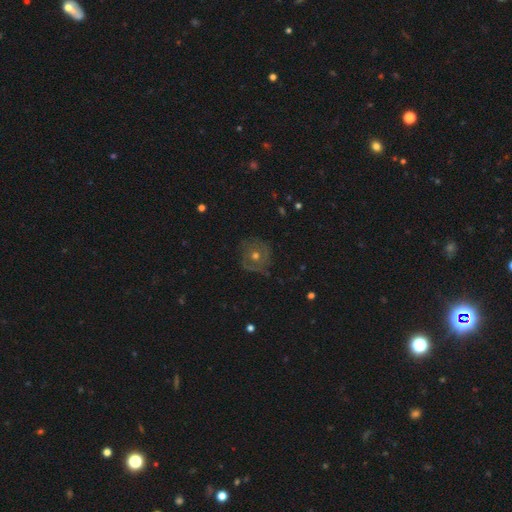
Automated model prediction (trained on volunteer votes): A featured or disk galaxy (55%) with no bar (86%), spiral arms (50%, tied with no) and a moderate central bulge (70%).

Vote fractions:
- Smooth or featured? featured or disk: 55% / smooth: 31% / star or artifact: 14%
- Edge-on disk? no: 96% / yes: 4%
- Bar? no: 86% / weak: 11% / strong: 3%
- Spiral arms? yes: 50% (tied) / no: 50% (tied)
- Bulge size? moderate: 70% / small: 24% / large: 4% / none: 1% / dominant: 1%
- Merging? none: 77% / minor disturbance: 15% / major disturbance: 7% / merger: 1%